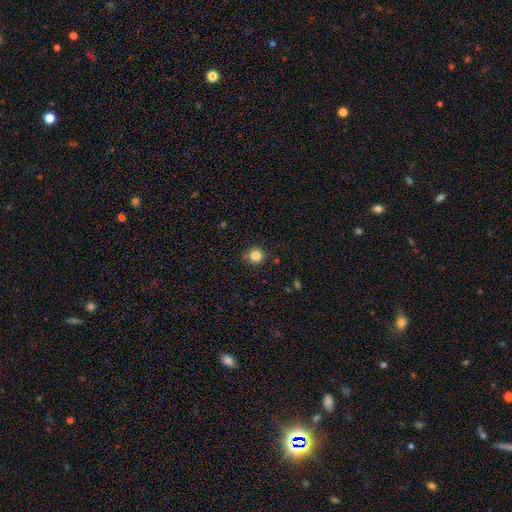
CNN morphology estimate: The model was most divided on "smooth or featured": smooth: 84%, star or artifact: 11%, featured or disk: 5%. More confident: how rounded — round (91%); merging — none (85%).